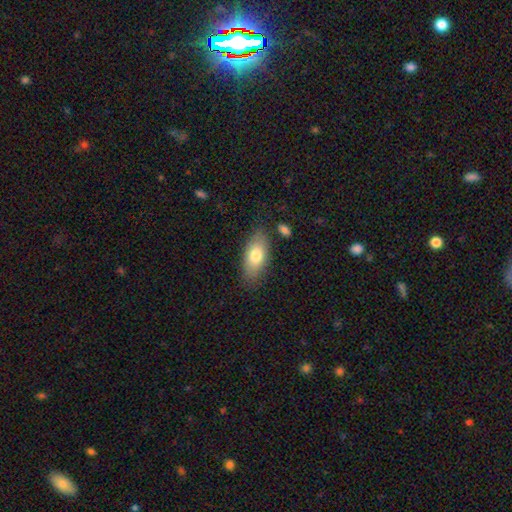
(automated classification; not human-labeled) Smooth or featured: smooth — 76% (featured or disk — 18%)
How rounded: in between — 88% (cigar-shaped — 9%)
Merging: none — 78% (minor disturbance — 15%)